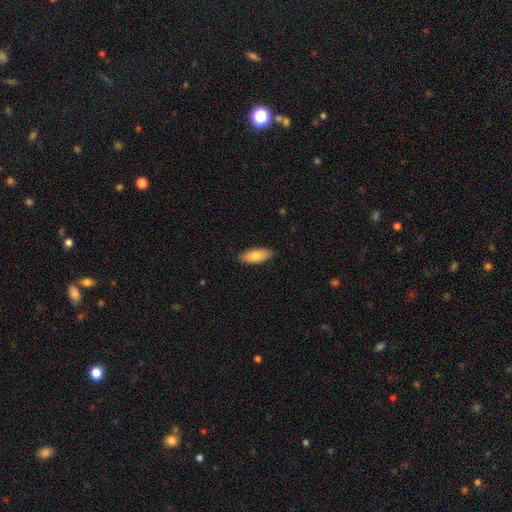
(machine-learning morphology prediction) smooth 82%, featured or disk 12%, star or artifact 6%. Down the decision tree: how rounded — in between (79%); merging — none (88%).